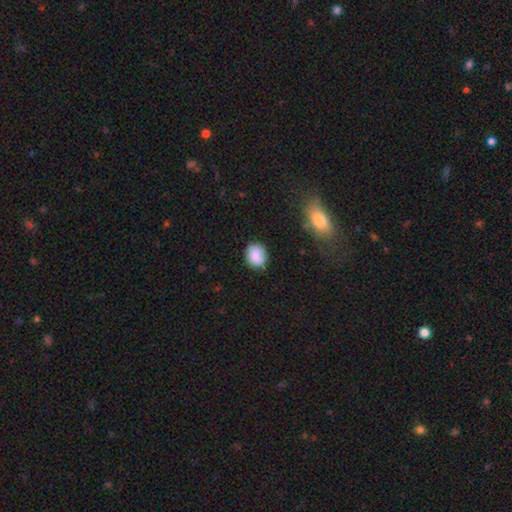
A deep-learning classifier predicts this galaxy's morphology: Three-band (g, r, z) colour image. It shows a smooth galaxy with no disk features (87%) that is round (63%). Merging: none (80%).